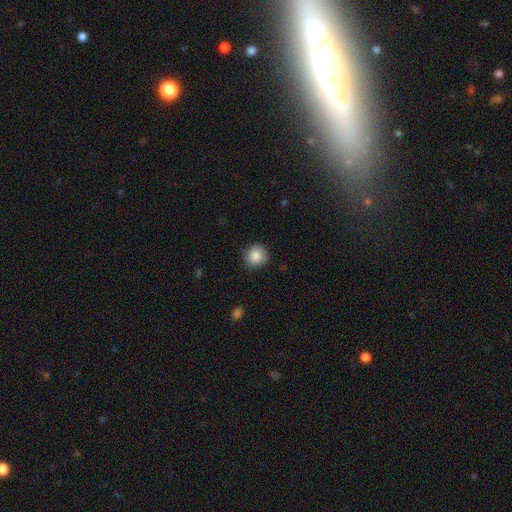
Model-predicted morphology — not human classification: Smooth or featured?
  - smooth: 87% *
  - star or artifact: 8%
  - featured or disk: 5%
How rounded?
  - round: 91% *
  - in between: 8%
  - cigar-shaped: 1%
Merging?
  - none: 83% *
  - minor disturbance: 13%
  - major disturbance: 3%
  - merger: 1%